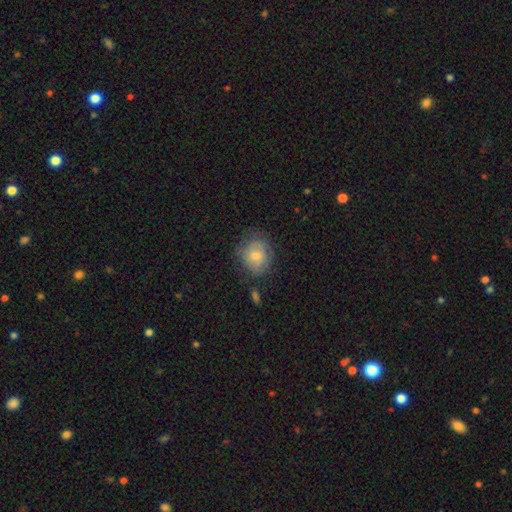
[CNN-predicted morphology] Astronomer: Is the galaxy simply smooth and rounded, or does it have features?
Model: smooth — 70%.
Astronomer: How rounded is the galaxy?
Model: round — 66%.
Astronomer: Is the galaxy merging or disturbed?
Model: none — 68%.